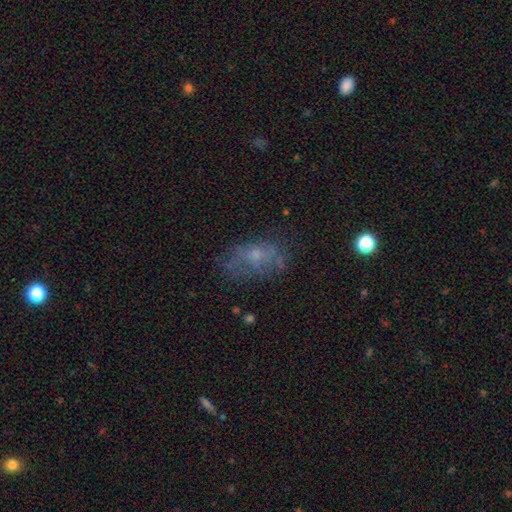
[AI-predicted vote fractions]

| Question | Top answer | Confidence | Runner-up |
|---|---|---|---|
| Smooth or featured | smooth | 46% | featured or disk (38%) |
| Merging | none | 52% | minor disturbance (24%) |